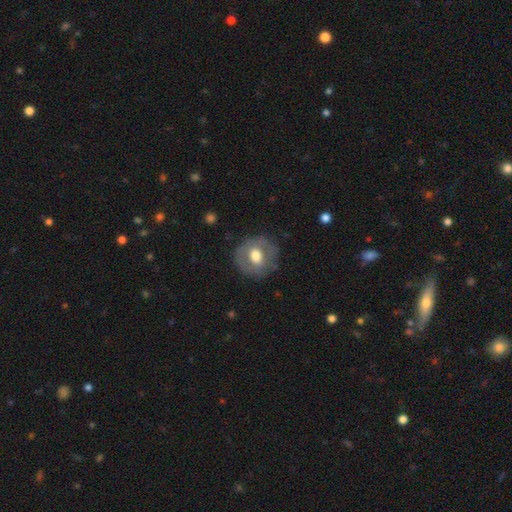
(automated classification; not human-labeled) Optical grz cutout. It shows a smooth galaxy with no disk features (53%) that is round (85%). Merging: none (78%).